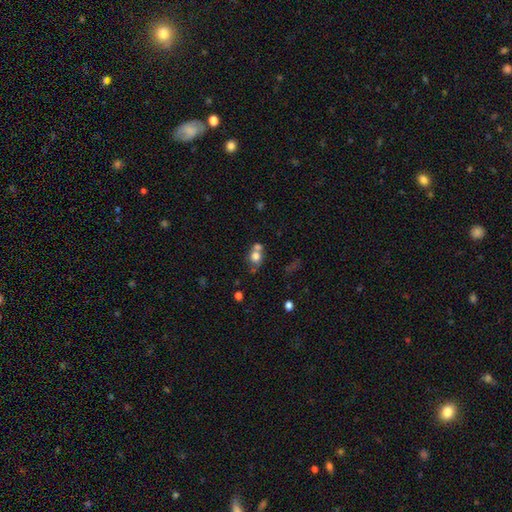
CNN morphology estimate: Smooth or featured? smooth (73%)
How rounded? round (69%)
Merging? merger (46%)